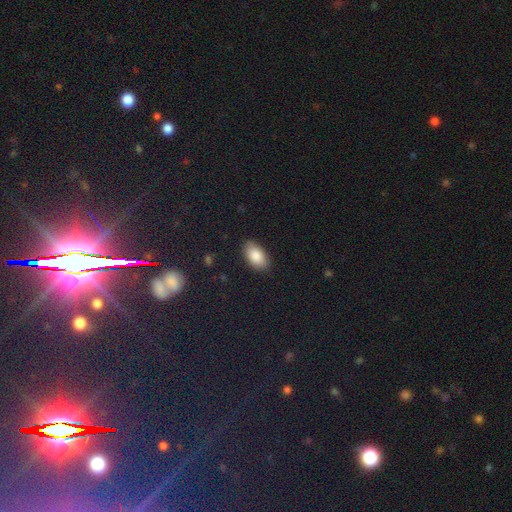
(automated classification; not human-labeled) smooth 86%, star or artifact 7%, featured or disk 7%. Down the decision tree: how rounded — in between (94%); merging — none (86%).